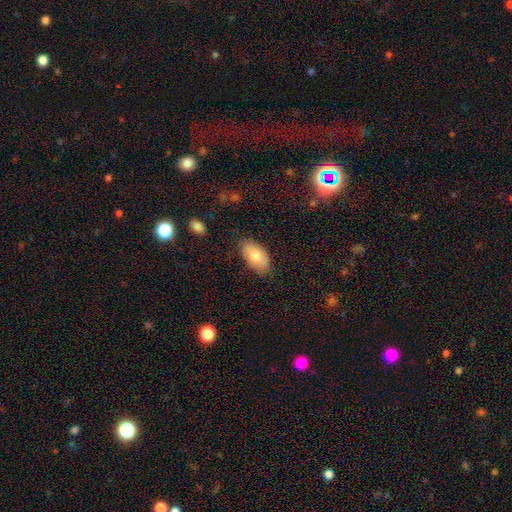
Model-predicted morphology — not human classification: Q: Smooth or featured?
A: smooth (80%); runner-up: featured or disk (13%)
Q: How rounded?
A: in between (94%); runner-up: round (3%)
Q: Merging?
A: none (79%); runner-up: minor disturbance (16%)